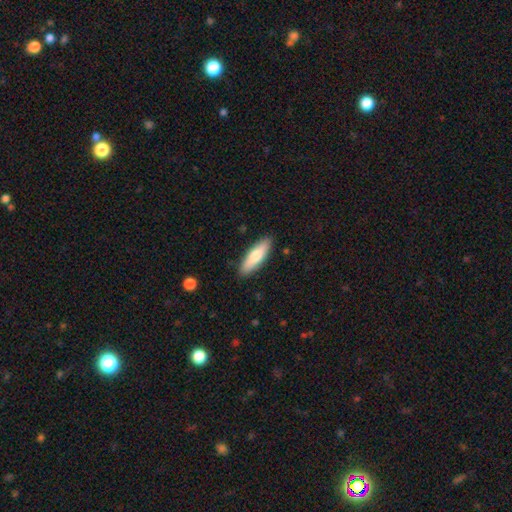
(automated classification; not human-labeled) Smooth or featured: smooth — 71% (featured or disk — 24%)
How rounded: cigar-shaped — 53% (in between — 45%)
Merging: none — 88% (minor disturbance — 9%)